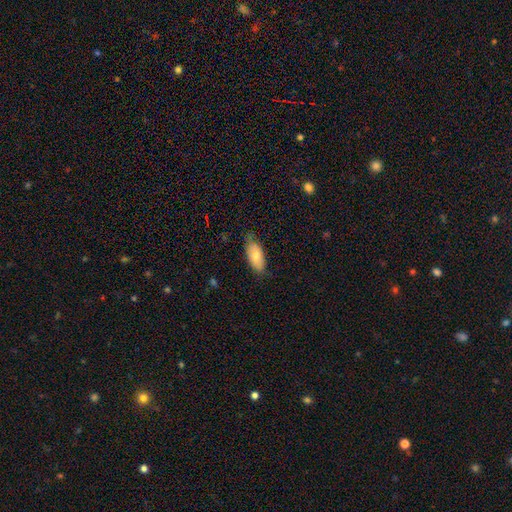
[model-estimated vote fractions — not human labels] The model was most divided on "merging": none: 67%, minor disturbance: 27%, major disturbance: 5%, merger: 1%. More confident: how rounded — in between (91%); smooth or featured — smooth (79%).